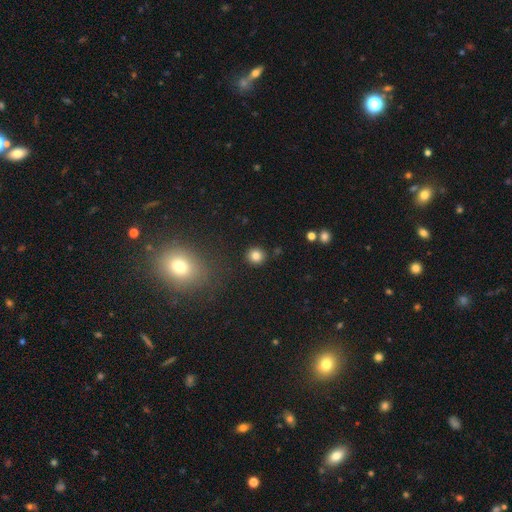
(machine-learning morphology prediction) The model was most divided on "smooth or featured": smooth: 82%, star or artifact: 12%, featured or disk: 6%. More confident: how rounded — round (92%); merging — none (90%).